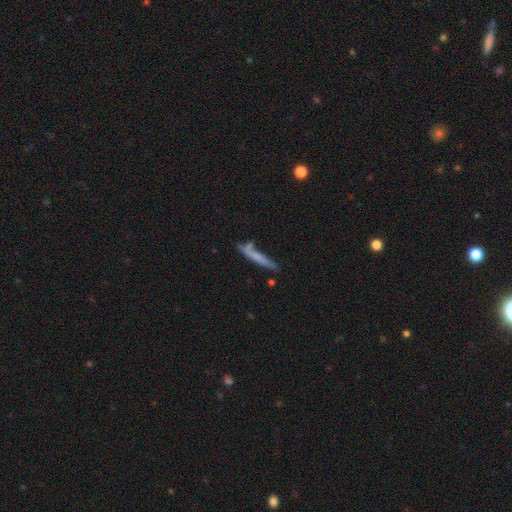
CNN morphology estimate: smooth 59%, featured or disk 33%, star or artifact 8%. Down the decision tree: how rounded — cigar-shaped (93%); merging — none (62%).